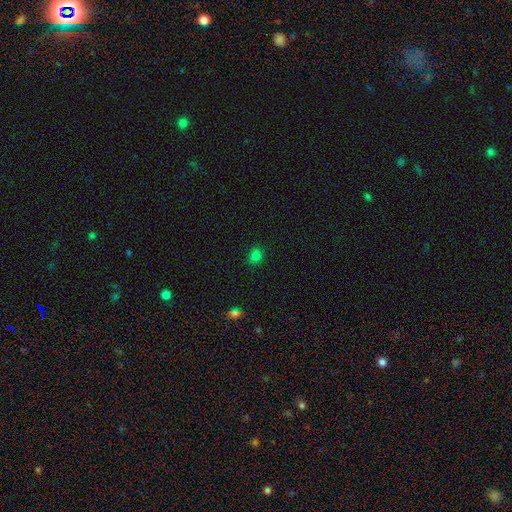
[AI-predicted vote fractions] This is likely a smooth galaxy (79%). How rounded: likely round (69%). Merging: clearly none (88%).